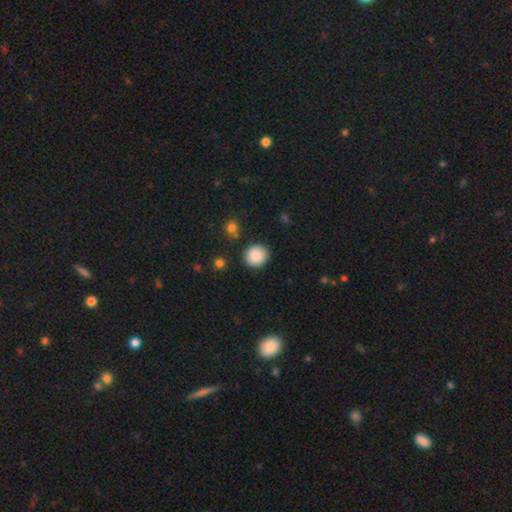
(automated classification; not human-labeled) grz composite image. It shows a smooth galaxy with no disk features (87%) that is round (85%). Merging: none (87%).